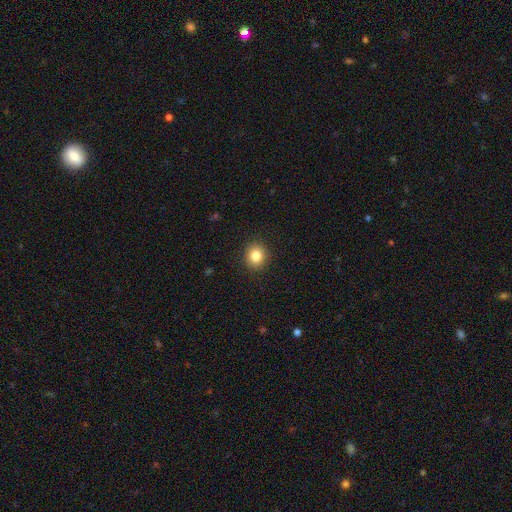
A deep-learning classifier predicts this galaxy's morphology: Smooth or featured? Predicted: smooth (p=0.84). How rounded? Predicted: round (p=0.79). Merging? Predicted: none (p=0.91).